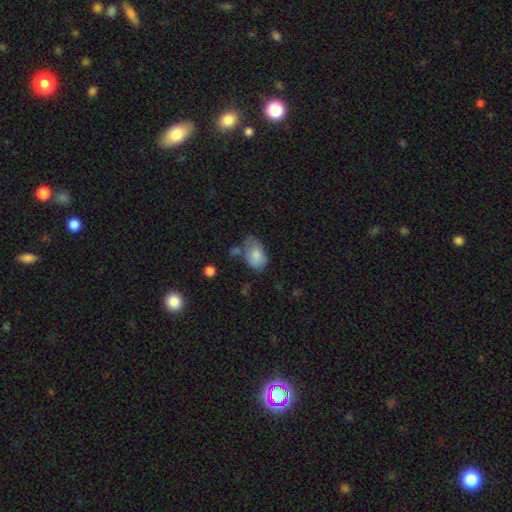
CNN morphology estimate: Smooth or featured? smooth (80%)
How rounded? in between (88%)
Merging? none (48%)